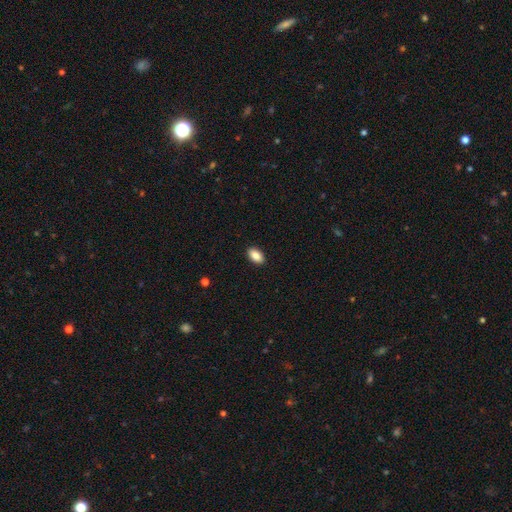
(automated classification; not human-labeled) The model was most divided on "smooth or featured": smooth: 87%, star or artifact: 7%, featured or disk: 6%. More confident: how rounded — in between (93%); merging — none (91%).